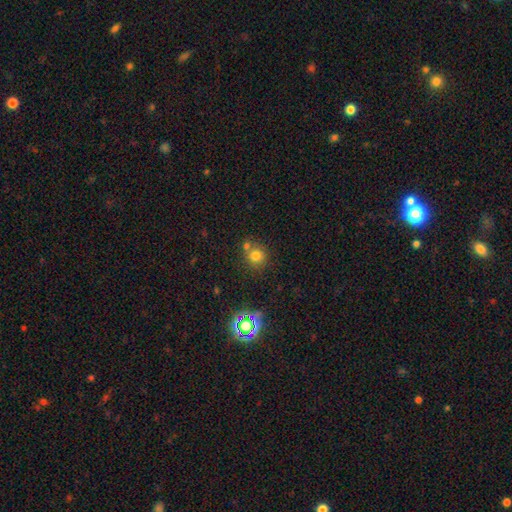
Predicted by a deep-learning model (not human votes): smooth_or_featured: smooth (p=0.74) [alt: star or artifact p=0.17]
how_rounded: round (p=0.87) [alt: in between p=0.12]
merging: none (p=0.59) [alt: merger p=0.27]